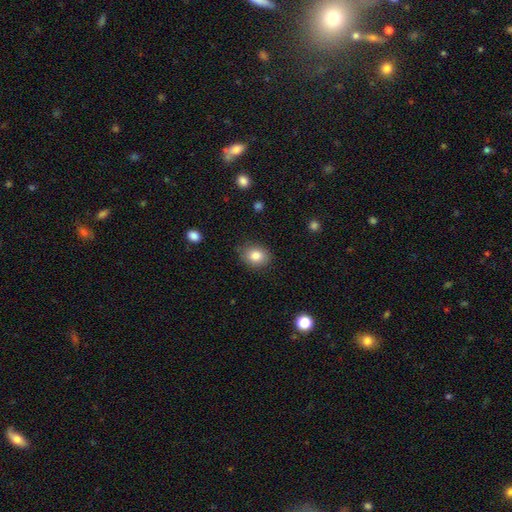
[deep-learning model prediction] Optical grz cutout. It shows a smooth galaxy with no disk features (84%) that is in between round and cigar-shaped (51%). Merging: none (84%).